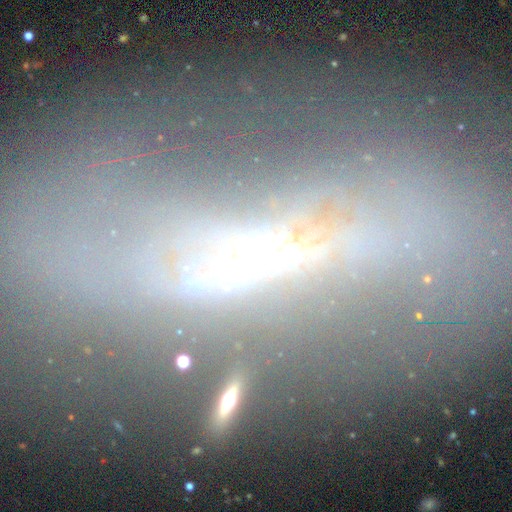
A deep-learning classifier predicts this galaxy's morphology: Overall: featured or disk (64%). Edge-on disk: no (66%; yes 34%). Merging: none (41%; major disturbance 28%).